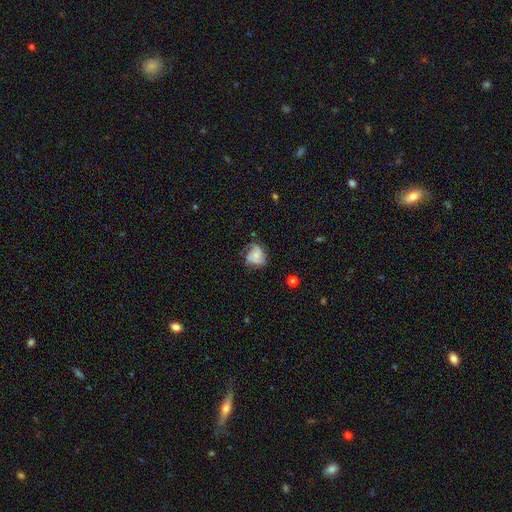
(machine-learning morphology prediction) type=featured or disk (66%); edge-on=no (98%); bar=no (72%); spiral arms=yes (91%); winding=medium (43%); arm count=3 (38%); bulge=small (57%); merging=none (55%).